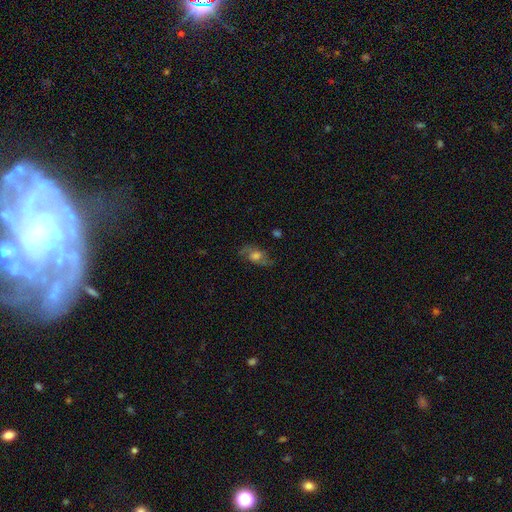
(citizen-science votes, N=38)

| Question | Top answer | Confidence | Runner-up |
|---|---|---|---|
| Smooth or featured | featured or disk | 68% | smooth (26%) |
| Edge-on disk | no | 92% | yes (8%) |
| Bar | no | 83% | weak (17%) |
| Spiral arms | yes | 88% | no (12%) |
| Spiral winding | medium | 62% | loose (33%) |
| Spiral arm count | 2 | 95% | can't tell (5%) |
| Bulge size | large | 50% | moderate (42%) |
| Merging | none | 75% | minor disturbance (11%) |